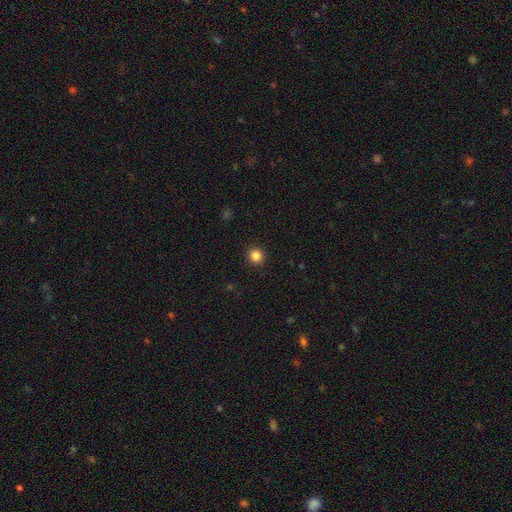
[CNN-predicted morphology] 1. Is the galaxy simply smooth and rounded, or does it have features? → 85% smooth, 12% star or artifact, 3% featured or disk.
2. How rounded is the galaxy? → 94% round, 5% in between, 1% cigar-shaped.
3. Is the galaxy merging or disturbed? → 93% none, 5% minor disturbance, 2% major disturbance, 1% merger.